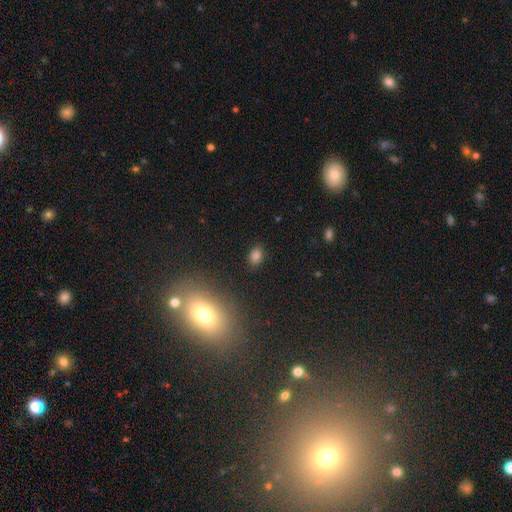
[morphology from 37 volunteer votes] This appears to be a smooth galaxy with no disk features (86%) that is in between round and cigar-shaped (75%). Merging: none (79%).